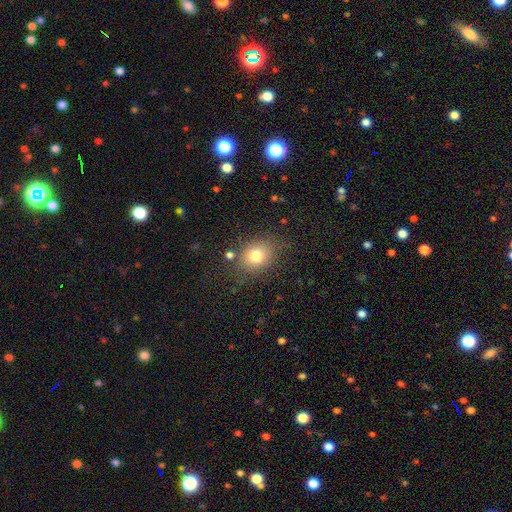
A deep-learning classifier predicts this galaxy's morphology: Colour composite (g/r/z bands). It shows a smooth galaxy with no disk features (78%) that is round (56%). Merging: none (75%).